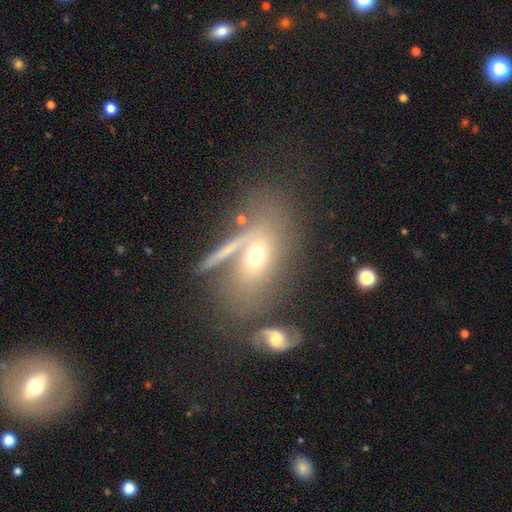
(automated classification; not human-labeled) Morphology: type=smooth (53%); roundness=in between (78%); merging=none (45%).